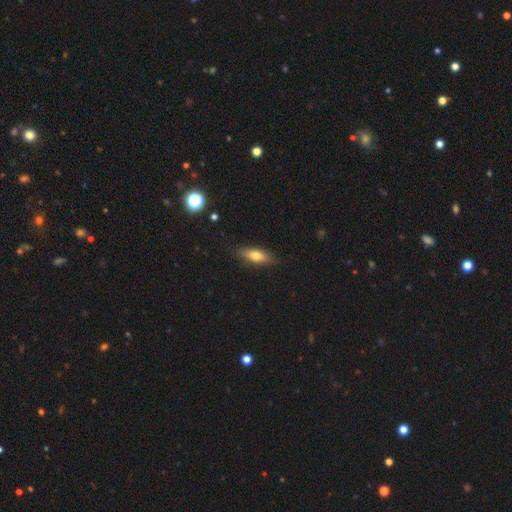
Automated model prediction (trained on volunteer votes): Smooth or featured? Predicted: smooth (p=0.68). How rounded? Predicted: in between (p=0.59). Merging? Predicted: none (p=0.85).